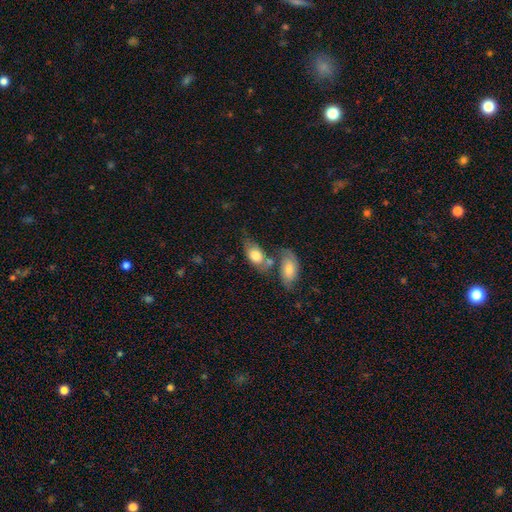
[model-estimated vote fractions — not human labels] smooth 73%, featured or disk 21%, star or artifact 6%. Down the decision tree: how rounded — in between (86%); merging — merger (42%).